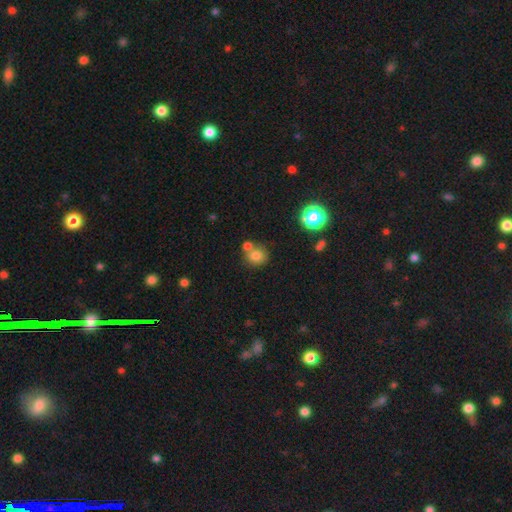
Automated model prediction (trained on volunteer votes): smooth_or_featured: smooth (p=0.78) [alt: star or artifact p=0.14]
how_rounded: round (p=0.83) [alt: in between p=0.16]
merging: none (p=0.56) [alt: merger p=0.31]